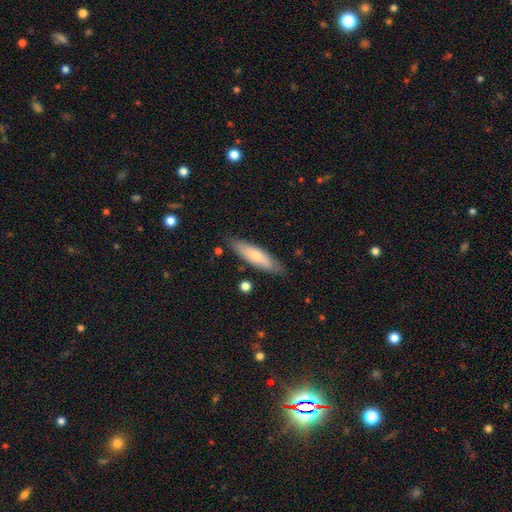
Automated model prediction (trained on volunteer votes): Q: Smooth or featured?
A: smooth (65%); runner-up: featured or disk (29%)
Q: How rounded?
A: cigar-shaped (61%); runner-up: in between (37%)
Q: Merging?
A: none (81%); runner-up: minor disturbance (14%)